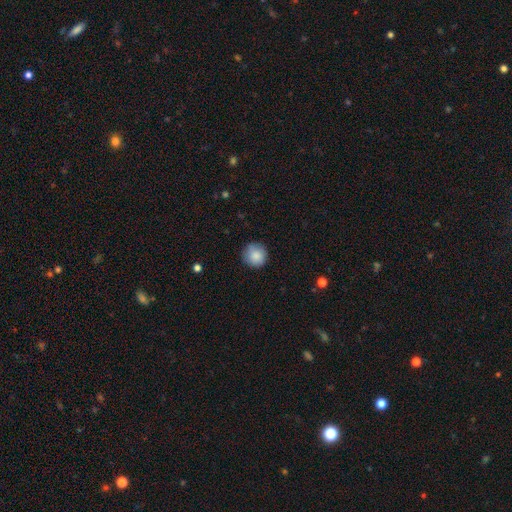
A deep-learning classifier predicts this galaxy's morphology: The model was most divided on "merging": none: 85%, minor disturbance: 11%, major disturbance: 2%, merger: 1%. More confident: how rounded — round (94%); smooth or featured — smooth (87%).